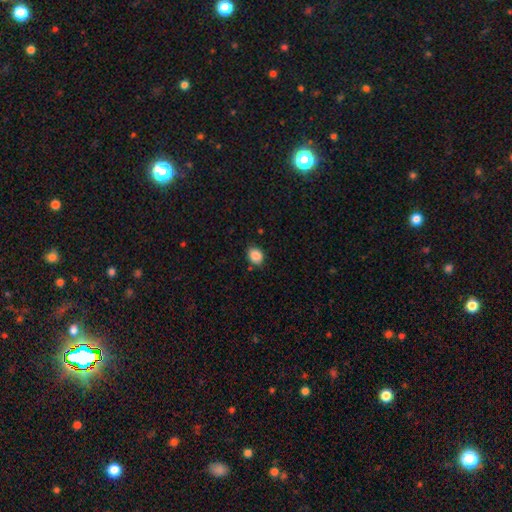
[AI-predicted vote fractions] Q: Smooth or featured?
A: smooth (87%); runner-up: star or artifact (9%)
Q: How rounded?
A: in between (50%); runner-up: round (49%)
Q: Merging?
A: none (82%); runner-up: minor disturbance (13%)